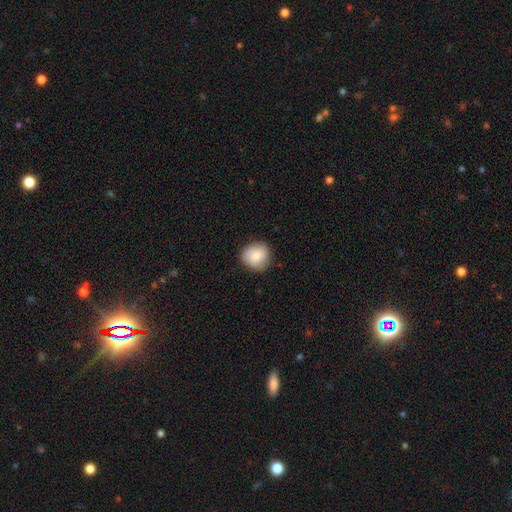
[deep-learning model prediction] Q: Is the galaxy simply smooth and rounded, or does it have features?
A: smooth — 81%.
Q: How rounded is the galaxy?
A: round — 86%.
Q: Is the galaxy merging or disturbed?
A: none — 81%.